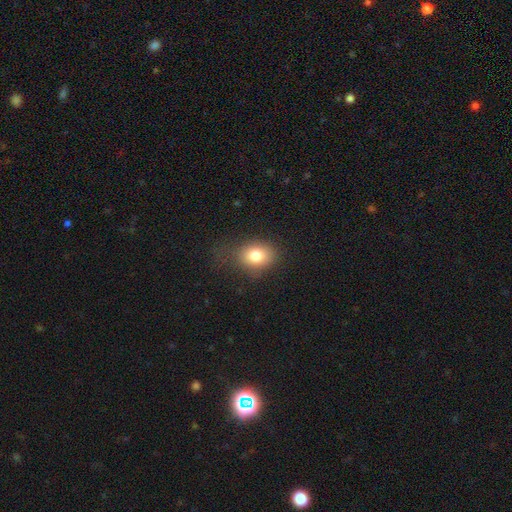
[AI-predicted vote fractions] smooth 80%, star or artifact 11%, featured or disk 9%. Down the decision tree: how rounded — in between (53%); merging — none (67%).